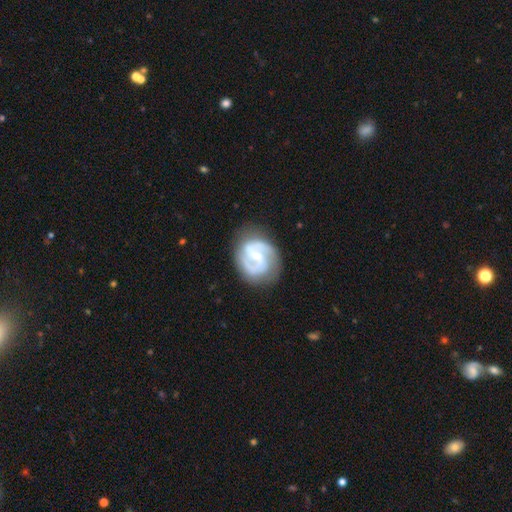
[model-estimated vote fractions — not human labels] Smooth or featured? featured or disk (87%)
Edge-on disk? no (98%)
Bar? weak (48%)
Spiral arms? yes (96%)
Spiral winding? medium (55%)
Spiral arm count? 2 (87%)
Bulge size? small (57%)
Merging? none (80%)